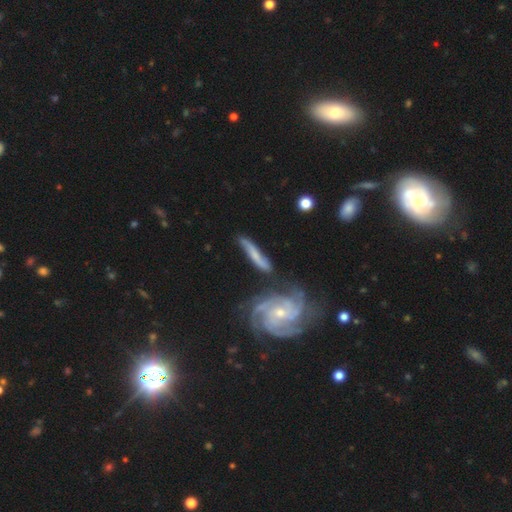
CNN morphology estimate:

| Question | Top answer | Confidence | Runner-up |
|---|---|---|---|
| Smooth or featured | featured or disk | 64% | smooth (29%) |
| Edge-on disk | no | 59% | yes (41%) |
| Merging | none | 63% | minor disturbance (18%) |